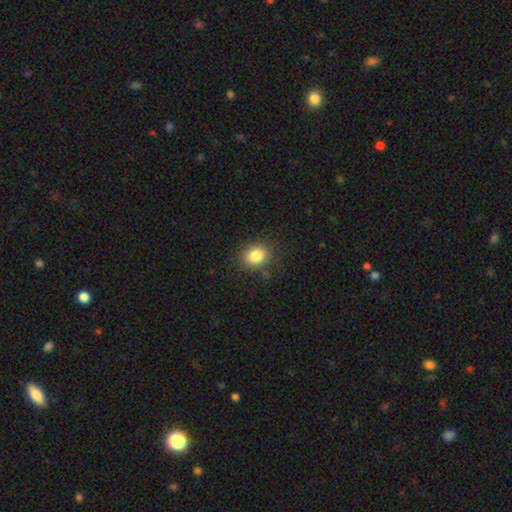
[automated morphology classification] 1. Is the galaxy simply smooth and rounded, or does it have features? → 83% smooth, 10% star or artifact, 7% featured or disk.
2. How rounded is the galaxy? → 50% in between, 49% round, 1% cigar-shaped.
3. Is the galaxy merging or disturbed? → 82% none, 13% minor disturbance, 4% major disturbance, 2% merger.